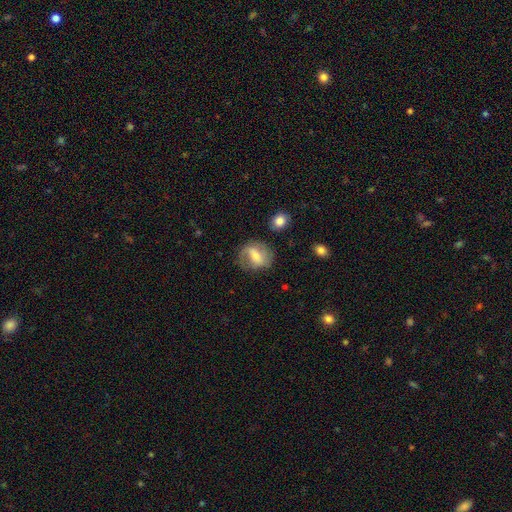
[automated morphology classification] smooth-or-featured: featured or disk: 57% | smooth: 36% | star or artifact: 8%
  disk-edge-on: no: 96% | yes: 4%
    bar: weak: 46% | strong: 32% | no: 22%
    has-spiral-arms: yes: 83% | no: 17%
    bulge-size: moderate: 48% | small: 35% | large: 9% | none: 7% | dominant: 2%
  merging: none: 69% | minor disturbance: 19% | major disturbance: 9% | merger: 2%